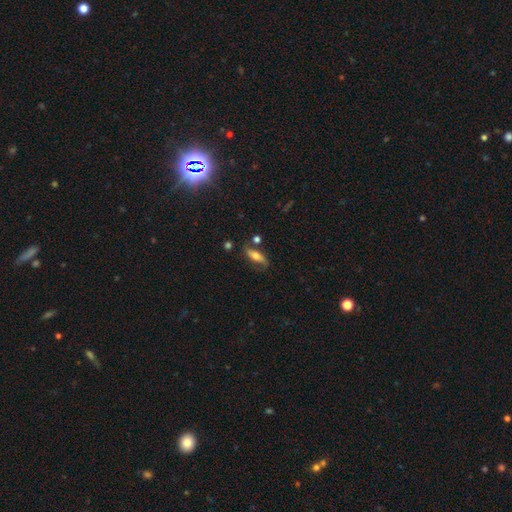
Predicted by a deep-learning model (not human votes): Overall: smooth (49%; featured or disk 43%). Merging: none (65%).